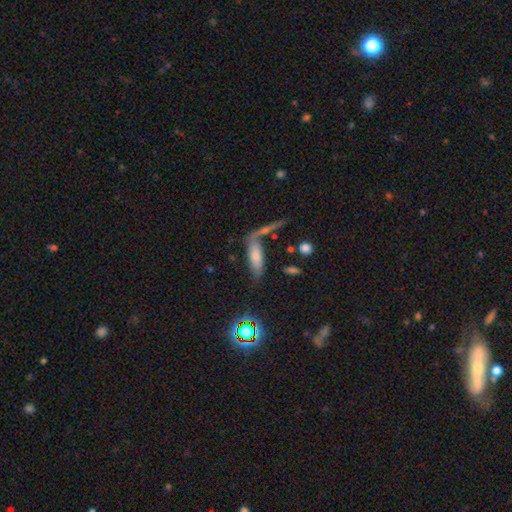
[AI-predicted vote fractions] Smooth or featured: smooth — 65% (featured or disk — 24%)
How rounded: in between — 58% (cigar-shaped — 39%)
Merging: none — 48% (merger — 29%)